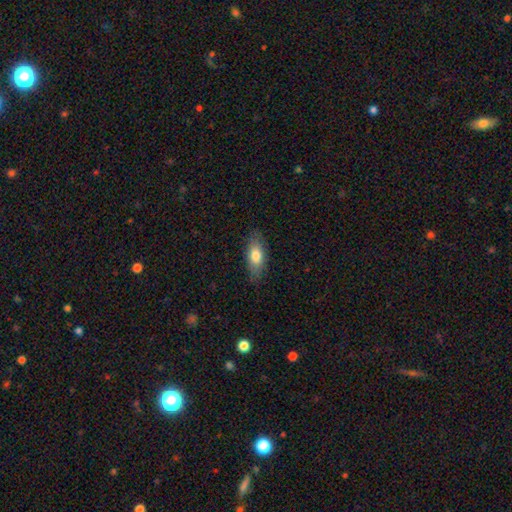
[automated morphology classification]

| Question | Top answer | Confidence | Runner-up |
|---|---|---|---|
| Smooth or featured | smooth | 77% | featured or disk (17%) |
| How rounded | in between | 80% | cigar-shaped (17%) |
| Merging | none | 82% | minor disturbance (14%) |